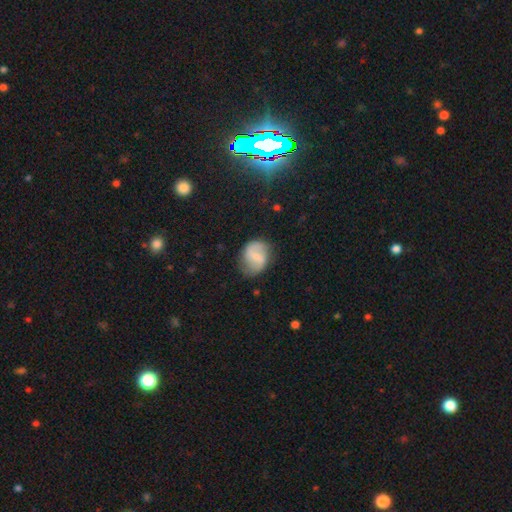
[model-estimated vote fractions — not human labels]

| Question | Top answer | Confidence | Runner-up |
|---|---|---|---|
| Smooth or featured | featured or disk | 54% | smooth (38%) |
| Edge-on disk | no | 97% | yes (3%) |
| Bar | weak | 50% | strong (29%) |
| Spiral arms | yes | 83% | no (17%) |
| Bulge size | small | 45% | none (29%) |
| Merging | none | 70% | minor disturbance (21%) |